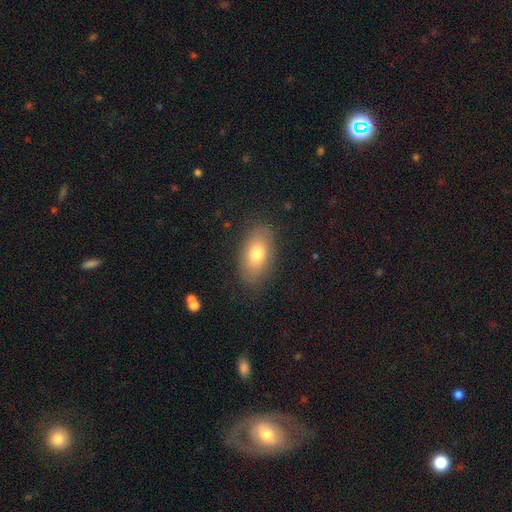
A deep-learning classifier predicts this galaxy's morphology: The model was most divided on "smooth or featured": smooth: 74%, featured or disk: 18%, star or artifact: 8%. More confident: how rounded — in between (91%); merging — none (82%).